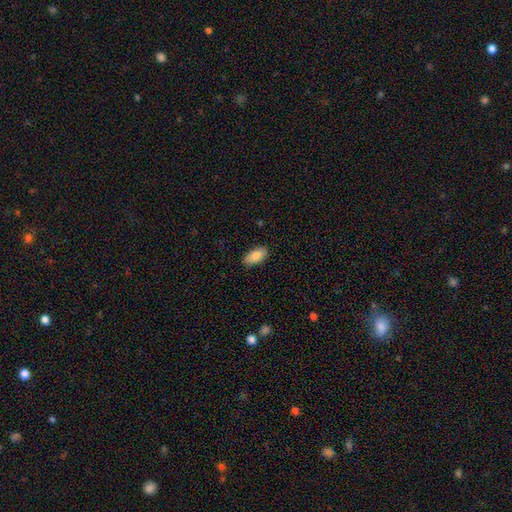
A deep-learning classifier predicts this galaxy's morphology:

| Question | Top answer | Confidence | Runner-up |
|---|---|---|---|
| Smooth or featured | smooth | 85% | featured or disk (9%) |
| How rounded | in between | 93% | cigar-shaped (5%) |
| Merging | none | 87% | minor disturbance (10%) |